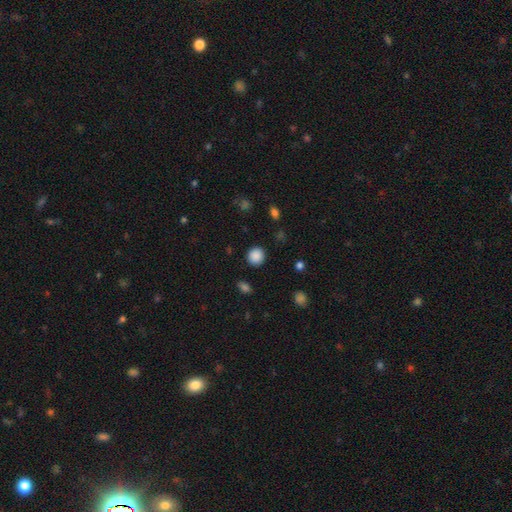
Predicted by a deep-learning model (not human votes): Q: Smooth or featured?
A: smooth (88%); runner-up: star or artifact (9%)
Q: How rounded?
A: round (88%); runner-up: in between (11%)
Q: Merging?
A: none (89%); runner-up: minor disturbance (7%)